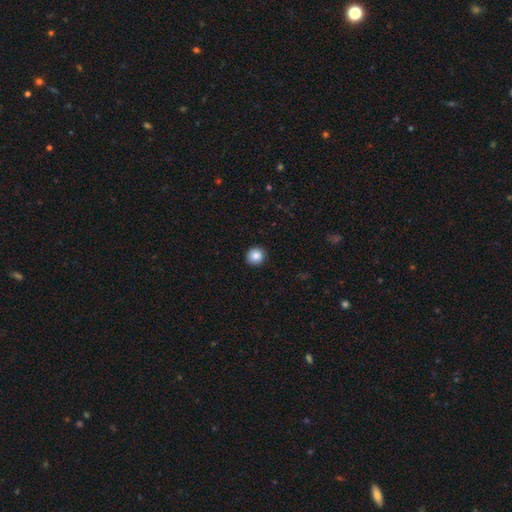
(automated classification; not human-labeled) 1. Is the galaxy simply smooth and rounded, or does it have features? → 86% smooth, 9% star or artifact, 4% featured or disk.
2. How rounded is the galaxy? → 92% round, 8% in between, 1% cigar-shaped.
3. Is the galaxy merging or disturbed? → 91% none, 6% minor disturbance, 2% major disturbance, 1% merger.